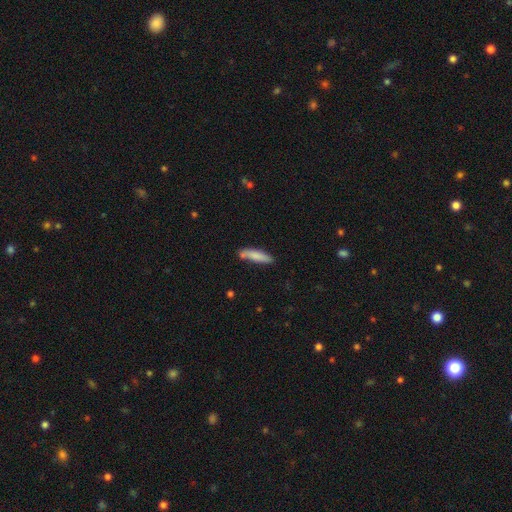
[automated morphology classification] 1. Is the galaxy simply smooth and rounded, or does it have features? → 81% smooth, 13% featured or disk, 6% star or artifact.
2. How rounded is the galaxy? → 77% cigar-shaped, 22% in between, 1% round.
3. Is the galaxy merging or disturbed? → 72% none, 17% minor disturbance, 7% merger, 3% major disturbance.